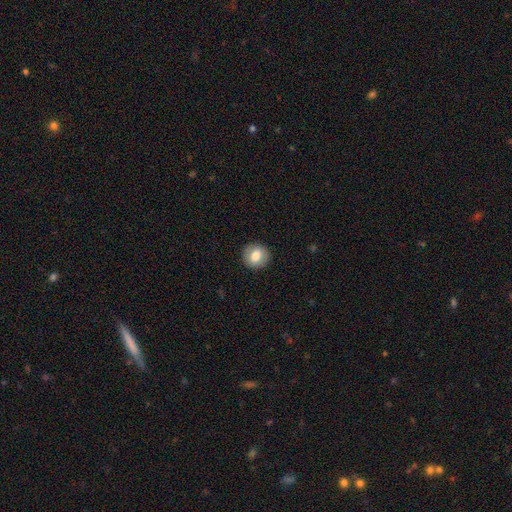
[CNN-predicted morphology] type=smooth (77%); roundness=round (86%); merging=none (90%).